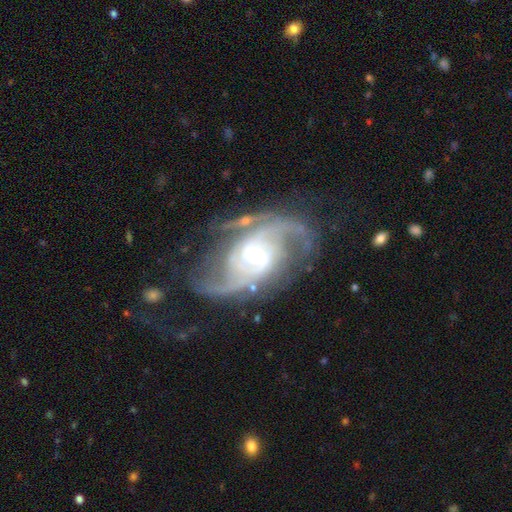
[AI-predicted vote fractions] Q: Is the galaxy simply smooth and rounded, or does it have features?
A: featured or disk — 91%.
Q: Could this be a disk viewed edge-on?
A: no — 97%.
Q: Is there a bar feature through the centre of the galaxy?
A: no — 50%.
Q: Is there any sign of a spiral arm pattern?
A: yes — 98%.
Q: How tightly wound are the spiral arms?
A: medium — 49%.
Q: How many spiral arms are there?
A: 2 — 68%.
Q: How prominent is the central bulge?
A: small — 55%.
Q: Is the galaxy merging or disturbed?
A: none — 64%.